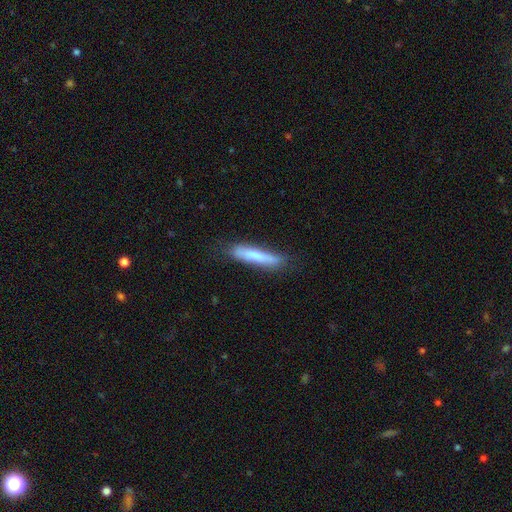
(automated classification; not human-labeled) Smooth or featured? Predicted: smooth (p=0.71). How rounded? Predicted: cigar-shaped (p=0.89). Merging? Predicted: none (p=0.73).